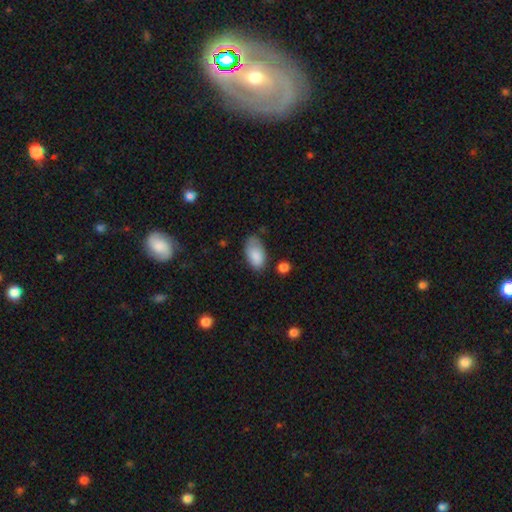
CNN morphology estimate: smooth-or-featured: smooth: 85% | featured or disk: 8% | star or artifact: 7%
  how-rounded: in between: 94% | round: 4% | cigar-shaped: 2%
  merging: none: 61% | minor disturbance: 27% | major disturbance: 7% | merger: 4%